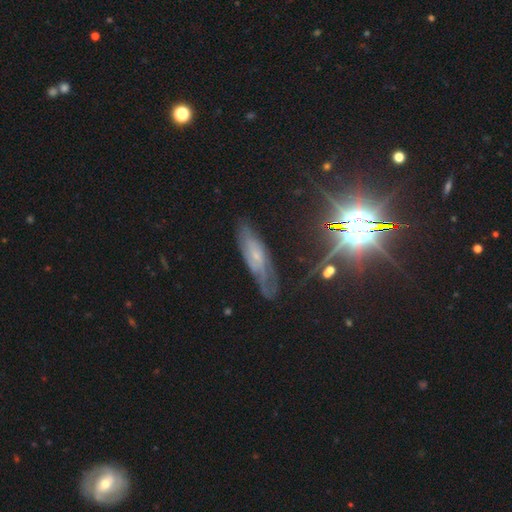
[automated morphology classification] featured or disk 59%, smooth 26%, star or artifact 16%. Down the decision tree: edge-on disk — no (72%); merging — none (65%).